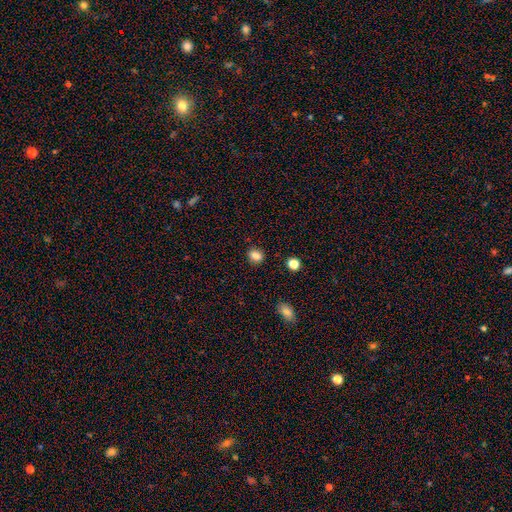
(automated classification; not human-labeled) Q: Smooth or featured?
A: smooth (84%); runner-up: star or artifact (11%)
Q: How rounded?
A: round (50%); runner-up: in between (48%)
Q: Merging?
A: none (86%); runner-up: minor disturbance (9%)